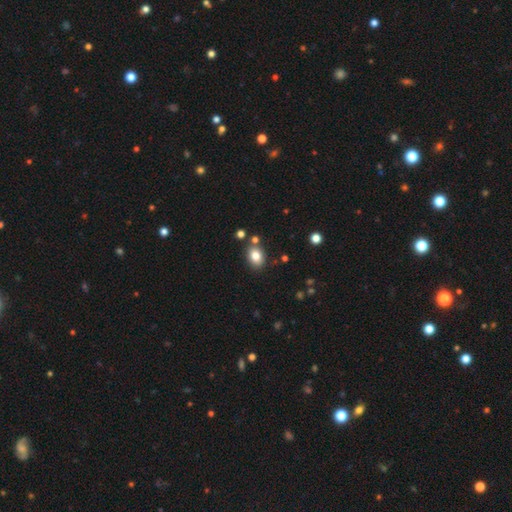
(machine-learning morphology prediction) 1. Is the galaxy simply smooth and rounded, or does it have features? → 81% smooth, 10% star or artifact, 9% featured or disk.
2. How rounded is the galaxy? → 66% in between, 33% round, 1% cigar-shaped.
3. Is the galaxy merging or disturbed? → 79% none, 11% minor disturbance, 8% merger, 3% major disturbance.